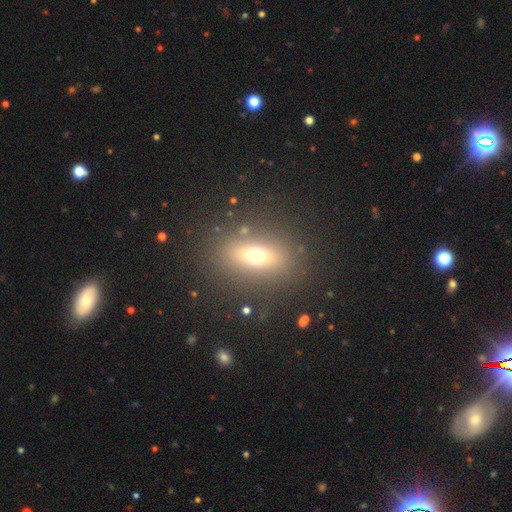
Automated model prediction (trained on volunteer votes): The model was most divided on "smooth or featured": smooth: 62%, featured or disk: 22%, star or artifact: 16%. More confident: merging — none (83%); how rounded — in between (67%).